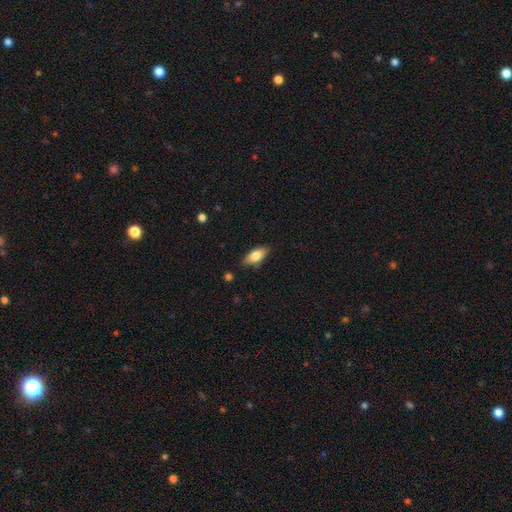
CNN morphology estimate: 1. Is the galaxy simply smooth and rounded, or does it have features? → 77% smooth, 17% featured or disk, 6% star or artifact.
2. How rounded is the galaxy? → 83% in between, 14% cigar-shaped, 3% round.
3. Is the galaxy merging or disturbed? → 84% none, 12% minor disturbance, 2% major disturbance, 2% merger.